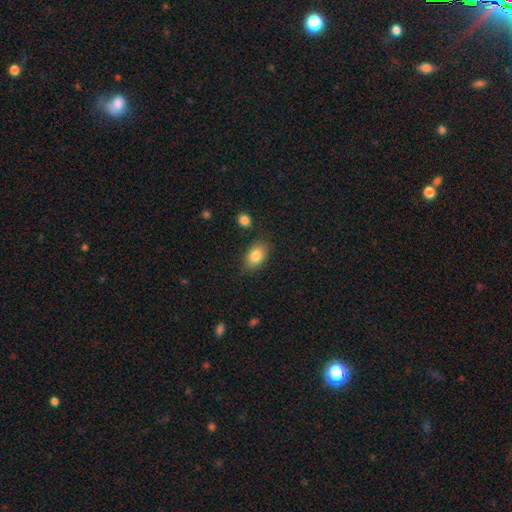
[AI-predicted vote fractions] Smooth or featured?
  - smooth: 84% *
  - featured or disk: 8%
  - star or artifact: 8%
How rounded?
  - in between: 87% *
  - round: 11%
  - cigar-shaped: 2%
Merging?
  - none: 81% *
  - minor disturbance: 13%
  - major disturbance: 3%
  - merger: 3%